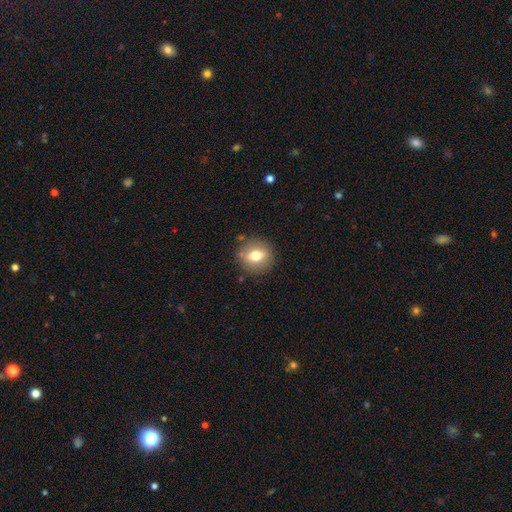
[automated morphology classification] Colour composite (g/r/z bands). It shows a smooth galaxy with no disk features (68%) that is round (79%). Merging: none (86%).